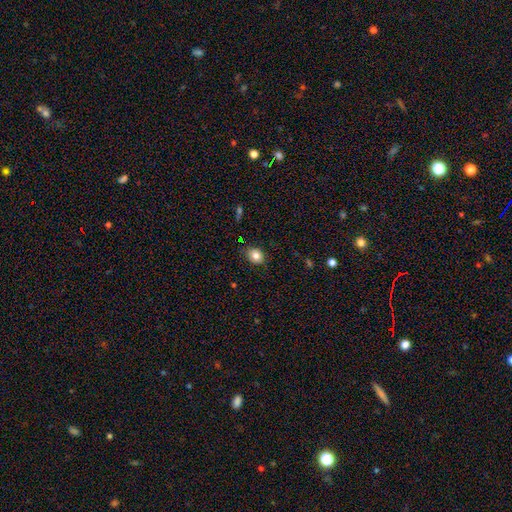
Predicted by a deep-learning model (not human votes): smooth 81%, featured or disk 10%, star or artifact 10%. Down the decision tree: how rounded — round (51%); merging — none (83%).